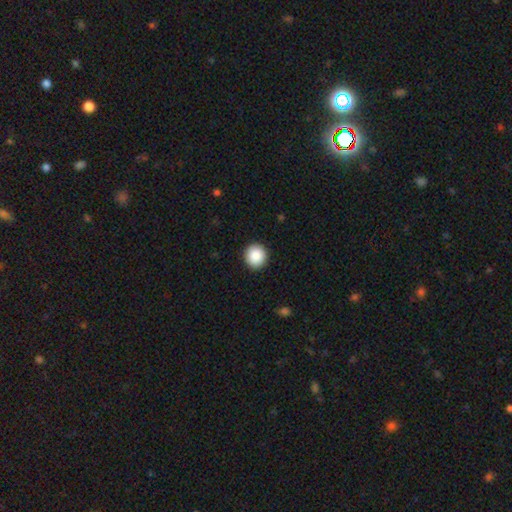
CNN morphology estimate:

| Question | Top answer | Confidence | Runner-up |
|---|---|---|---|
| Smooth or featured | smooth | 88% | star or artifact (8%) |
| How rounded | round | 93% | in between (6%) |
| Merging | none | 93% | minor disturbance (5%) |